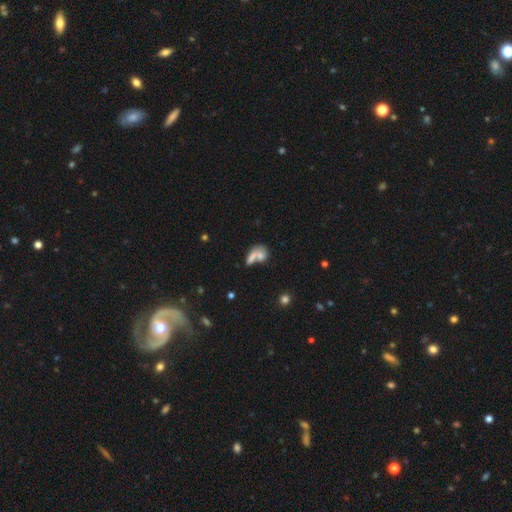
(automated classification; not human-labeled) A smooth galaxy with no disk features (67%) that is in between round and cigar-shaped (61%). Merging: merger (56%).